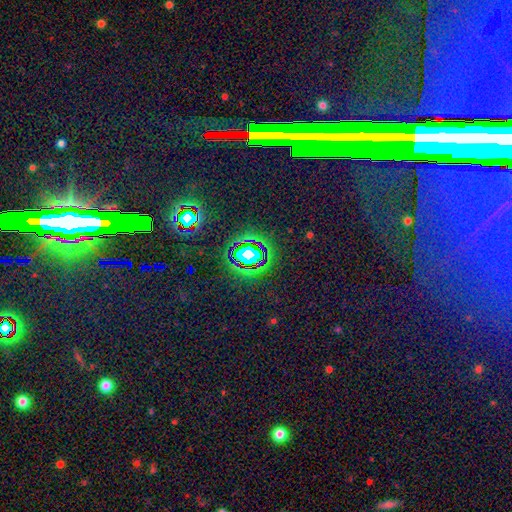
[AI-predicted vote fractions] Smooth or featured?
  - star or artifact: 78% *
  - smooth: 12%
  - featured or disk: 10%